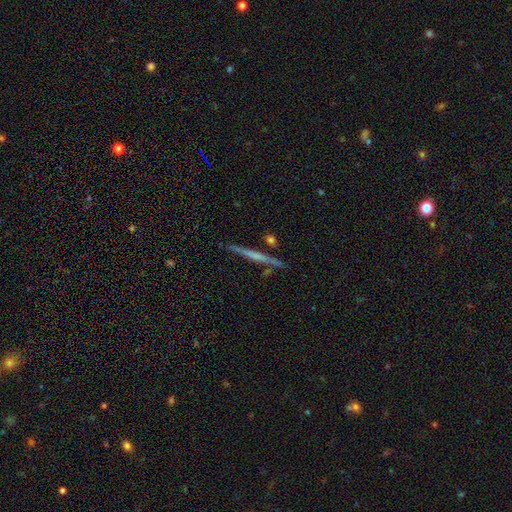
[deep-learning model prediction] This is likely a featured or disk galaxy (63%). It is clearly viewed edge-on (98%). Edge-on bulge: likely none (65%). Merging: clearly none (87%).